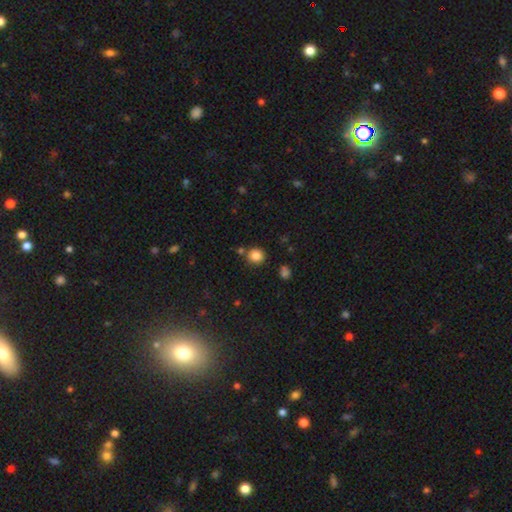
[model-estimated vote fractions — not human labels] Overall: smooth (84%). How rounded: round (87%). Merging: none (80%).